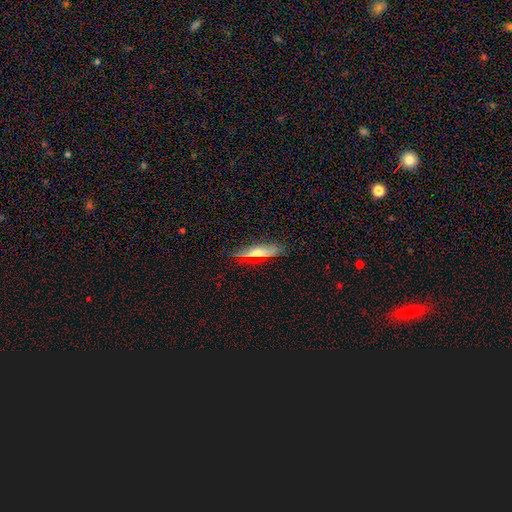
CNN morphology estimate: A smooth galaxy with no disk features (48%).

Vote fractions:
- Smooth or featured? smooth: 48% / featured or disk: 41% / star or artifact: 11%
- Merging? none: 84% / minor disturbance: 12% / major disturbance: 3% / merger: 1%